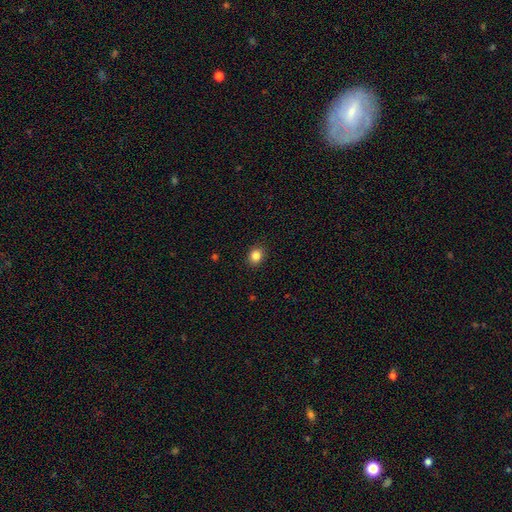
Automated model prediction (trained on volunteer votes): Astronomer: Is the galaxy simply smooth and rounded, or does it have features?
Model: smooth — 85%.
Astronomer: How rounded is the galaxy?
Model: round — 61% (runner-up: in between, 38%).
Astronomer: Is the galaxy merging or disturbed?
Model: none — 90%.